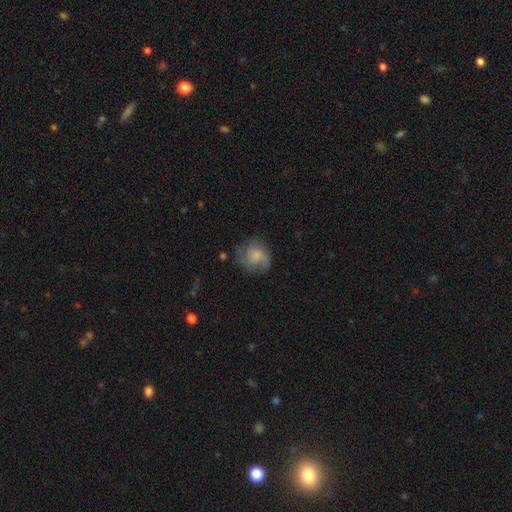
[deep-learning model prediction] A smooth galaxy with no disk features (57%) that is round (76%). Merging: none (57%).